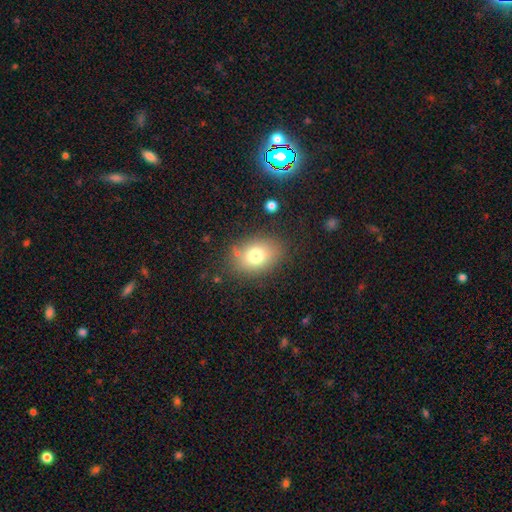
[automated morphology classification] Smooth or featured: smooth — 76% (featured or disk — 13%)
How rounded: in between — 67% (round — 32%)
Merging: none — 81% (minor disturbance — 12%)